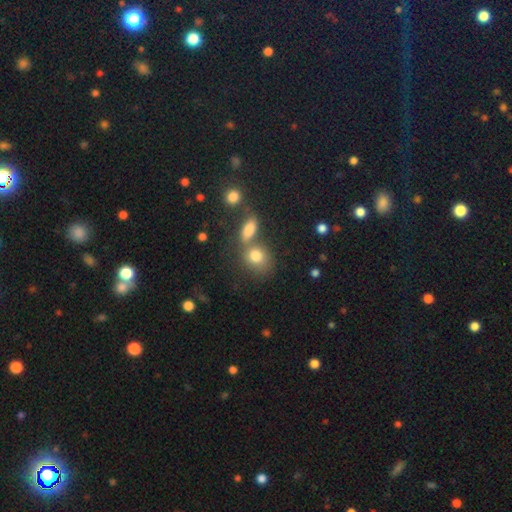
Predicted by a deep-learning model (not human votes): Smooth or featured? smooth (79%)
How rounded? round (54%)
Merging? none (48%)